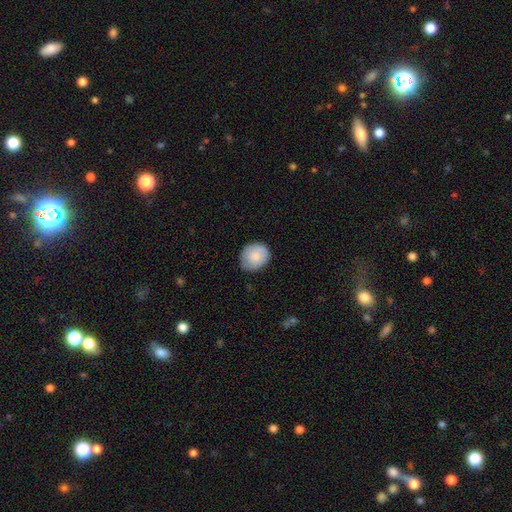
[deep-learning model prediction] Smooth or featured? smooth (83%)
How rounded? round (64%)
Merging? none (76%)